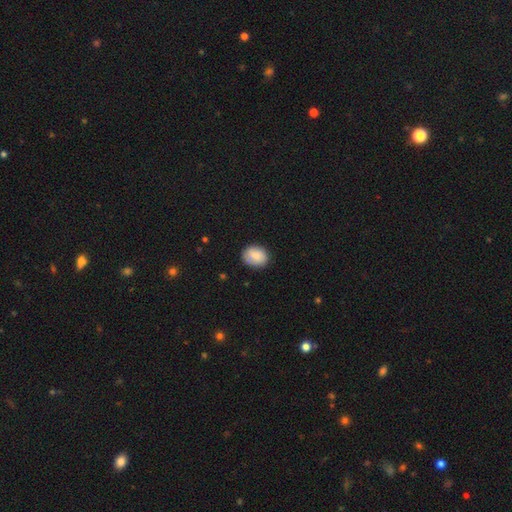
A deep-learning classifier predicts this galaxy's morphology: Smooth or featured?
  - smooth: 83% *
  - featured or disk: 10%
  - star or artifact: 7%
How rounded?
  - round: 55% *
  - in between: 44%
  - cigar-shaped: 1%
Merging?
  - none: 81% *
  - minor disturbance: 15%
  - major disturbance: 3%
  - merger: 1%